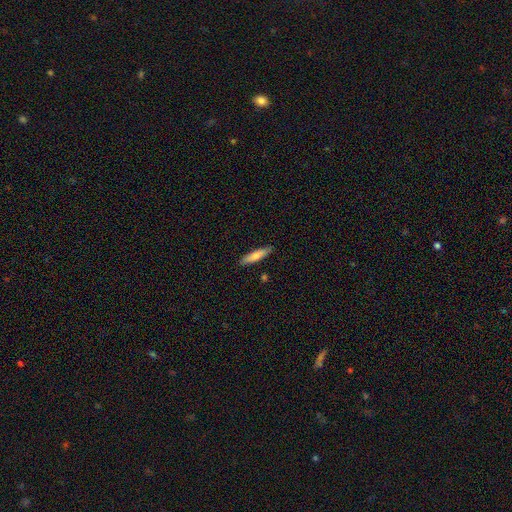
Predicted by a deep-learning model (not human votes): Morphology: type=smooth (73%); roundness=cigar-shaped (79%); merging=none (88%).